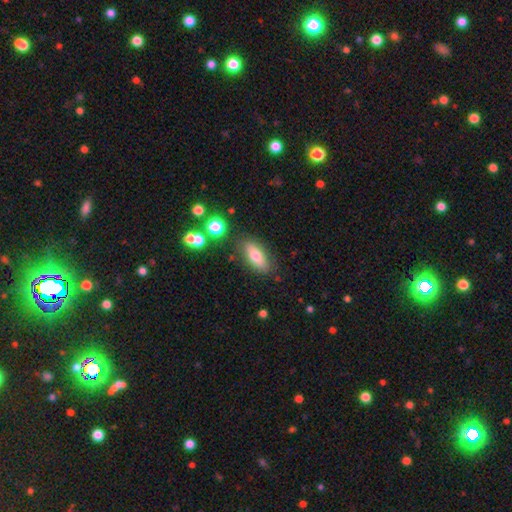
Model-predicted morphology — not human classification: smooth 71%, featured or disk 20%, star or artifact 8%. Down the decision tree: how rounded — in between (75%); merging — none (81%).